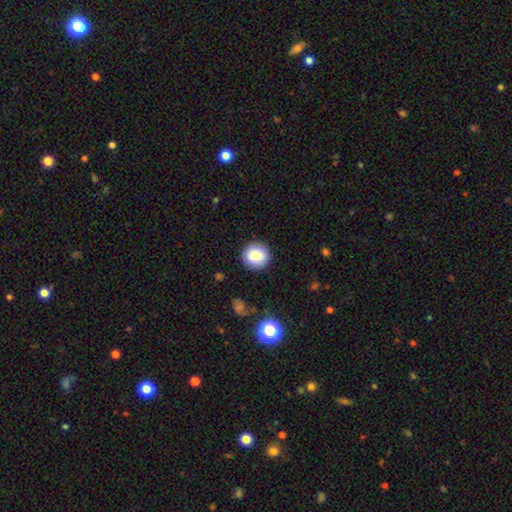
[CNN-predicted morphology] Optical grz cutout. It shows a smooth galaxy with no disk features (86%) that is round (91%). Merging: none (90%).